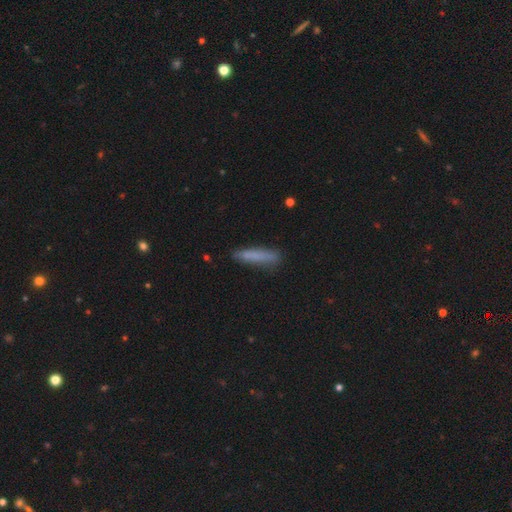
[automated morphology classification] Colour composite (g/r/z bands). It shows a smooth galaxy with no disk features (77%) that is cigar-shaped (89%). Merging: none (79%).